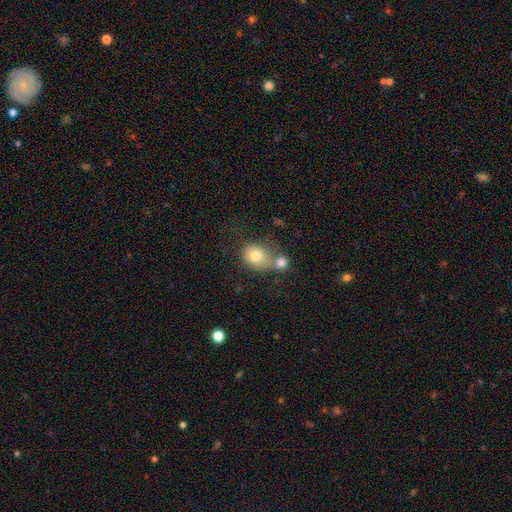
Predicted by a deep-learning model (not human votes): Overall: smooth (77%). How rounded: round (65%; in between 34%). Merging: merger (44%; none 36%).